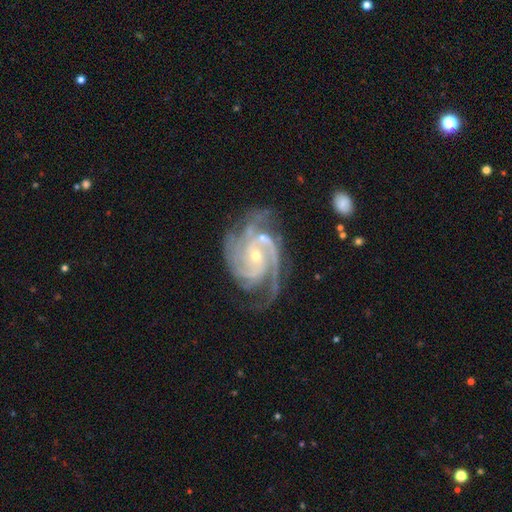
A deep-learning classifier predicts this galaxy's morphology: Q: Smooth or featured?
A: featured or disk (93%); runner-up: star or artifact (4%)
Q: Edge-on disk?
A: no (98%); runner-up: yes (2%)
Q: Bar?
A: no (56%); runner-up: weak (31%)
Q: Spiral arms?
A: yes (99%); runner-up: no (1%)
Q: Spiral winding?
A: tight (56%); runner-up: medium (39%)
Q: Spiral arm count?
A: 3 (41%); runner-up: 2 (20%)
Q: Bulge size?
A: small (73%); runner-up: moderate (24%)
Q: Merging?
A: none (64%); runner-up: minor disturbance (20%)